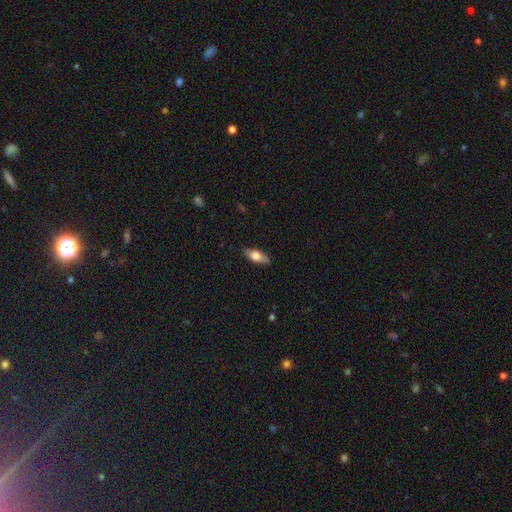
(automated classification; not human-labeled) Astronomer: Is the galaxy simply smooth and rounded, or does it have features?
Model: smooth — 66%.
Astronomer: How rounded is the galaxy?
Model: in between — 78%.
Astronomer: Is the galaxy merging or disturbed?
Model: none — 83%.